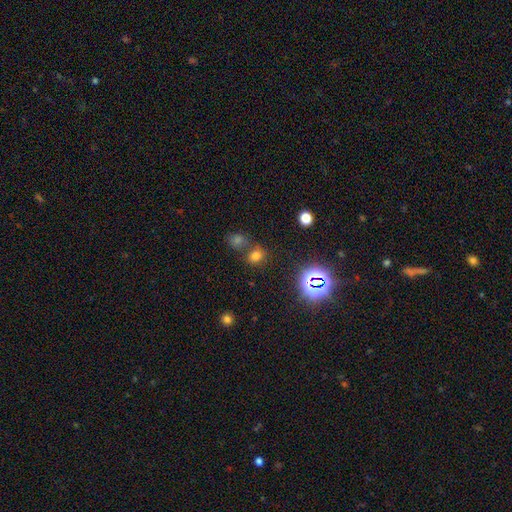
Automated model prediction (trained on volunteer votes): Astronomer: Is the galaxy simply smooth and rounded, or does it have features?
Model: smooth — 66%.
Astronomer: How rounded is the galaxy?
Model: round — 61% (runner-up: in between, 38%).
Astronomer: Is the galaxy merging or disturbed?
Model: none — 60%.